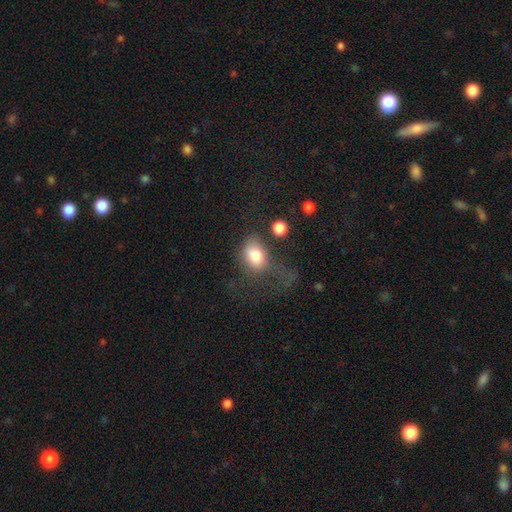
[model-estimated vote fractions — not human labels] smooth_or_featured: smooth (p=0.79) [alt: featured or disk p=0.12]
how_rounded: in between (p=0.68) [alt: round p=0.30]
merging: major disturbance (p=0.38) [alt: none p=0.32]